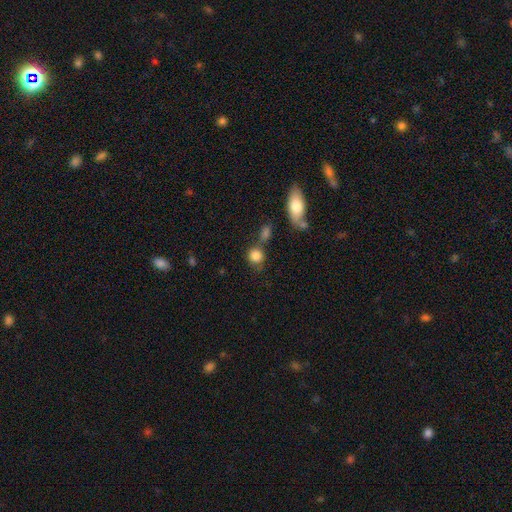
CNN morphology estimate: Smooth or featured? smooth (84%)
How rounded? round (81%)
Merging? none (59%)